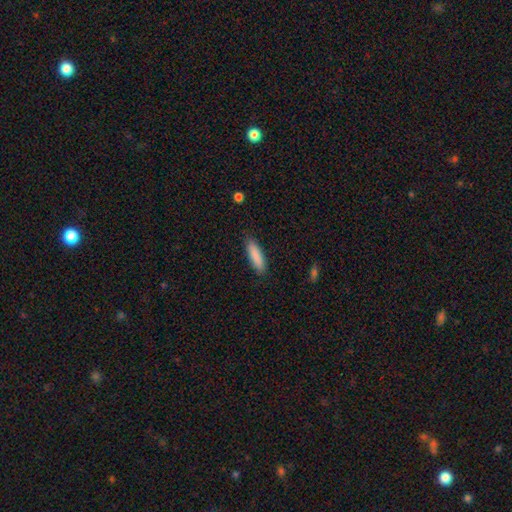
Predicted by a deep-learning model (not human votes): Morphology: type=smooth (88%); roundness=cigar-shaped (58%); merging=none (86%).